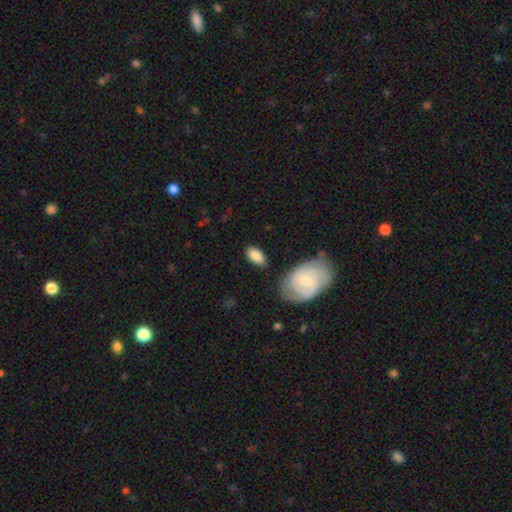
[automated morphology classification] This is clearly a smooth galaxy (84%). How rounded: clearly in between (92%). Merging: likely none (80%).